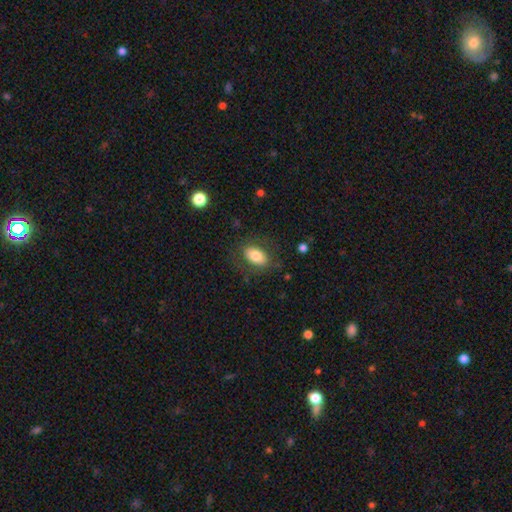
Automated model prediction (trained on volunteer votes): smooth_or_featured: smooth (p=0.76) [alt: featured or disk p=0.17]
how_rounded: in between (p=0.88) [alt: round p=0.10]
merging: none (p=0.78) [alt: minor disturbance p=0.14]